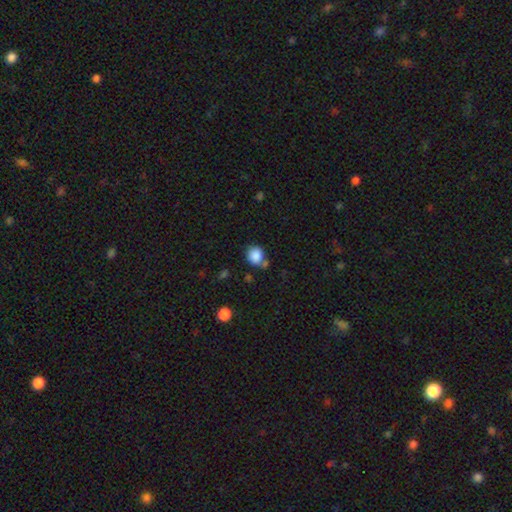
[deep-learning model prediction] Smooth or featured? smooth (86%)
How rounded? round (79%)
Merging? none (65%)